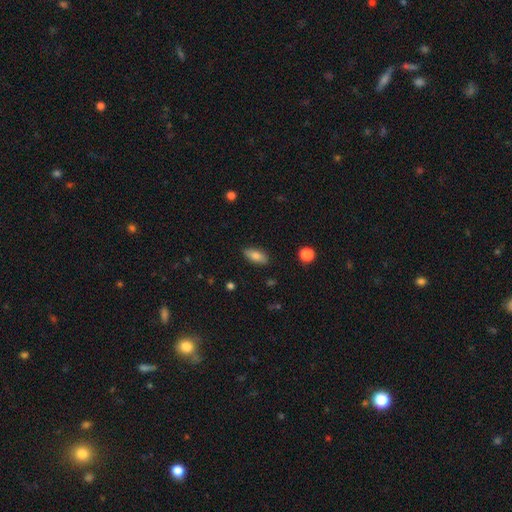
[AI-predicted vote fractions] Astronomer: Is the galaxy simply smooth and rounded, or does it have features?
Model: smooth — 80%.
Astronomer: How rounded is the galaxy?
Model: in between — 82%.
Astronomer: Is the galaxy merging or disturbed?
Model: none — 87%.